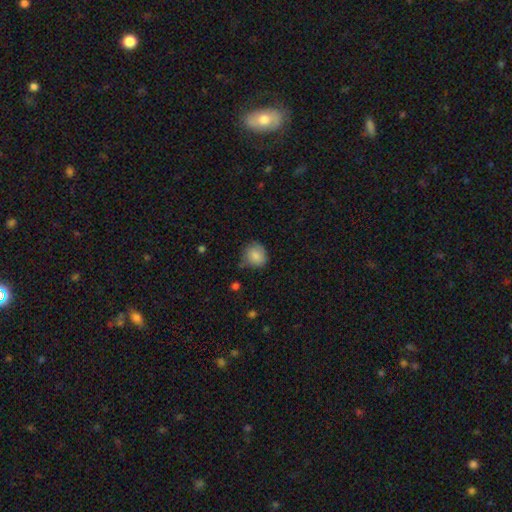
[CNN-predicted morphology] A smooth galaxy with no disk features (84%) that is round (80%).

Vote fractions:
- Smooth or featured? smooth: 84% / star or artifact: 8% / featured or disk: 7%
- How rounded? round: 80% / in between: 19% / cigar-shaped: 1%
- Merging? none: 71% / minor disturbance: 22% / major disturbance: 4% / merger: 3%